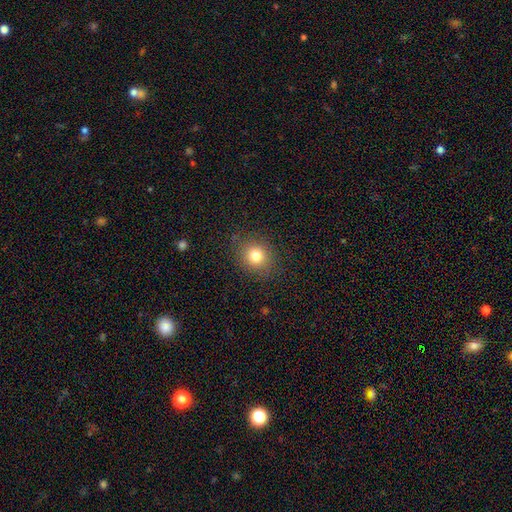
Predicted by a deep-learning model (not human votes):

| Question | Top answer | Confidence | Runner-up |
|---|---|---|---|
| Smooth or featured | smooth | 79% | star or artifact (13%) |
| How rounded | round | 78% | in between (21%) |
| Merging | none | 86% | minor disturbance (9%) |